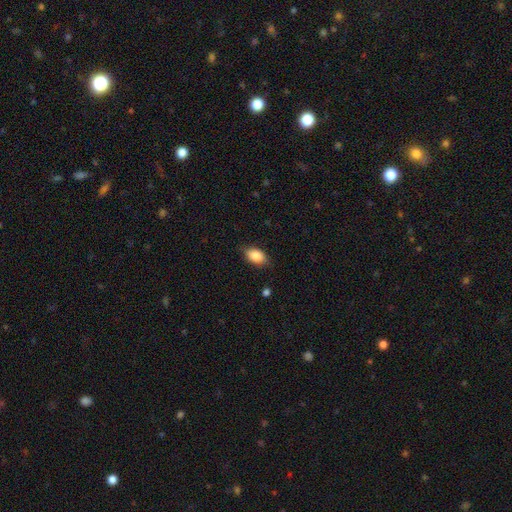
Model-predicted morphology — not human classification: Smooth or featured? Predicted: smooth (p=0.87). How rounded? Predicted: in between (p=0.88). Merging? Predicted: none (p=0.80).